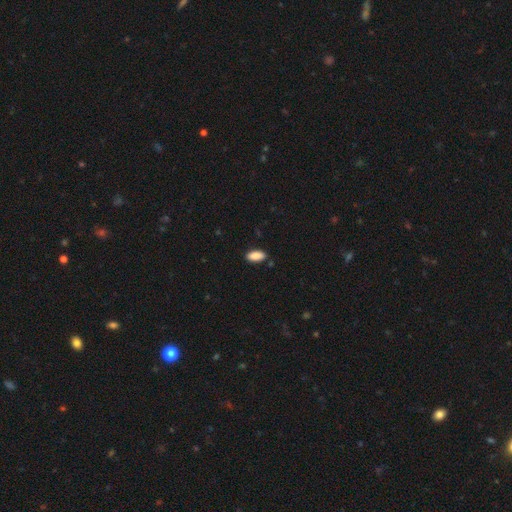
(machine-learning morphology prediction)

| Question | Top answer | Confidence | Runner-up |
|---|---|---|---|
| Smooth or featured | smooth | 89% | star or artifact (7%) |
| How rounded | in between | 90% | cigar-shaped (8%) |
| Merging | none | 87% | minor disturbance (10%) |